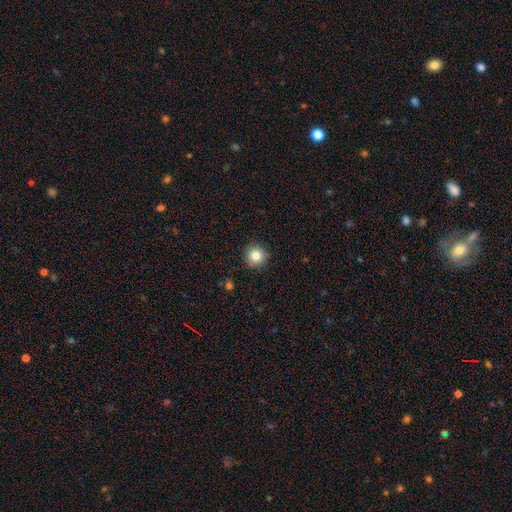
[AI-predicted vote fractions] A smooth galaxy with no disk features (83%) that is round (94%).

Vote fractions:
- Smooth or featured? smooth: 83% / star or artifact: 11% / featured or disk: 7%
- How rounded? round: 94% / in between: 5% / cigar-shaped: 1%
- Merging? none: 91% / minor disturbance: 6% / major disturbance: 2% / merger: 1%